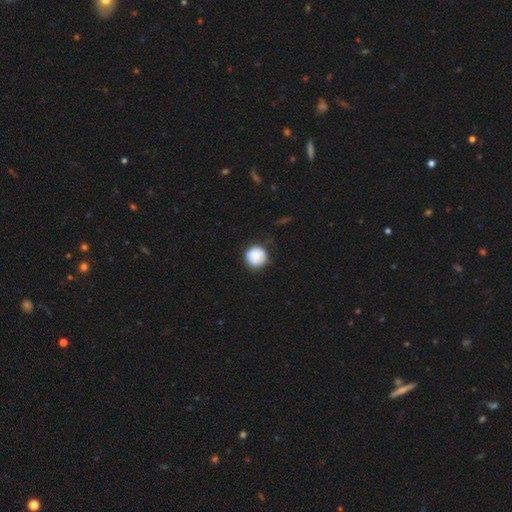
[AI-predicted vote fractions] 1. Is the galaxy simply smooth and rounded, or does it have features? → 82% smooth, 10% featured or disk, 8% star or artifact.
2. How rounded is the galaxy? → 93% round, 6% in between, 1% cigar-shaped.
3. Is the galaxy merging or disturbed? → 74% none, 19% minor disturbance, 4% major disturbance, 3% merger.